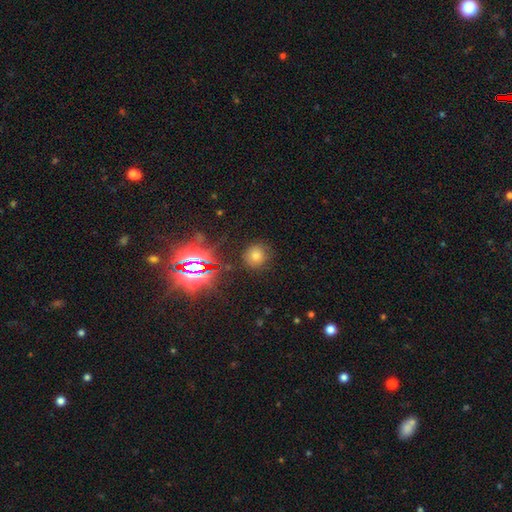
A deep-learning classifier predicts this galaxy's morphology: Q: Smooth or featured?
A: smooth (65%); runner-up: star or artifact (26%)
Q: How rounded?
A: round (89%); runner-up: in between (10%)
Q: Merging?
A: none (85%); runner-up: minor disturbance (10%)